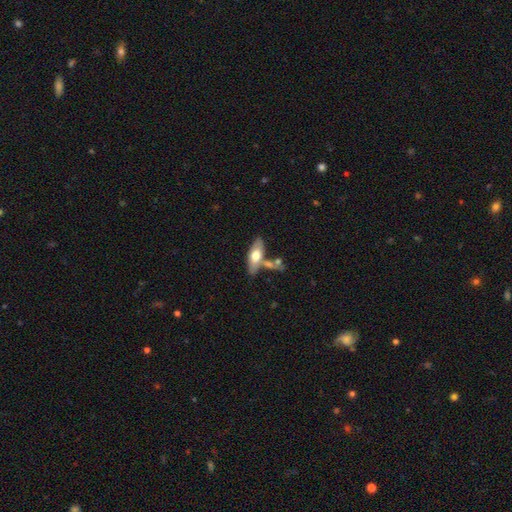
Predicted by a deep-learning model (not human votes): The model was most divided on "smooth or featured": smooth: 59%, featured or disk: 35%, star or artifact: 6%. More confident: how rounded — in between (69%); merging — none (56%).